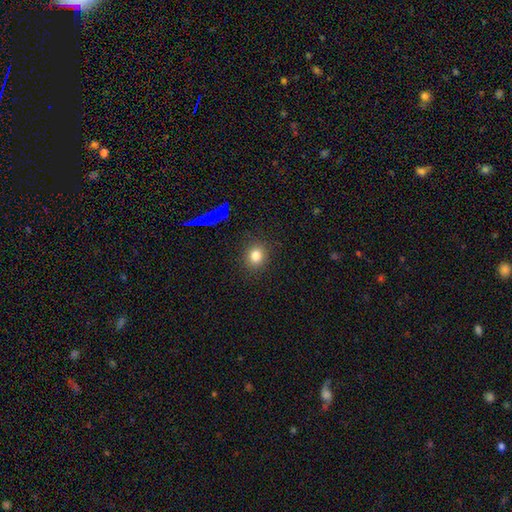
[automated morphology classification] smooth-or-featured: smooth: 82% | star or artifact: 11% | featured or disk: 7%
  how-rounded: round: 75% | in between: 23% | cigar-shaped: 1%
  merging: none: 87% | minor disturbance: 8% | major disturbance: 3% | merger: 2%